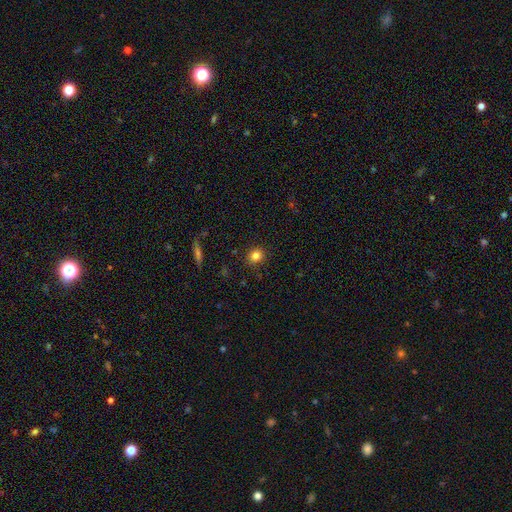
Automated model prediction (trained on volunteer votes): A smooth galaxy with no disk features (82%) that is round (79%). Merging: none (89%).